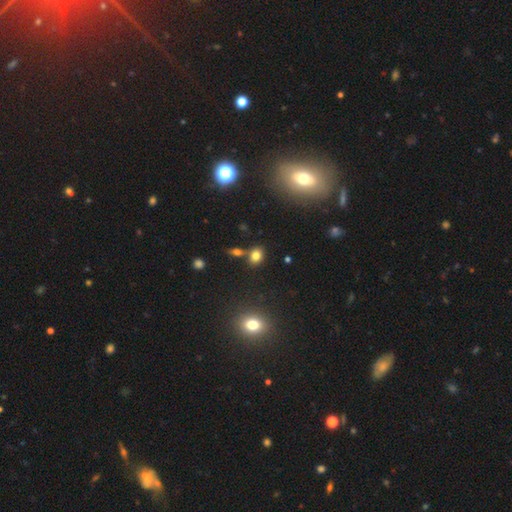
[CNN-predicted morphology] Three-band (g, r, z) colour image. It shows a smooth galaxy with no disk features (77%) that is in between round and cigar-shaped (57%). Merging: none (69%).